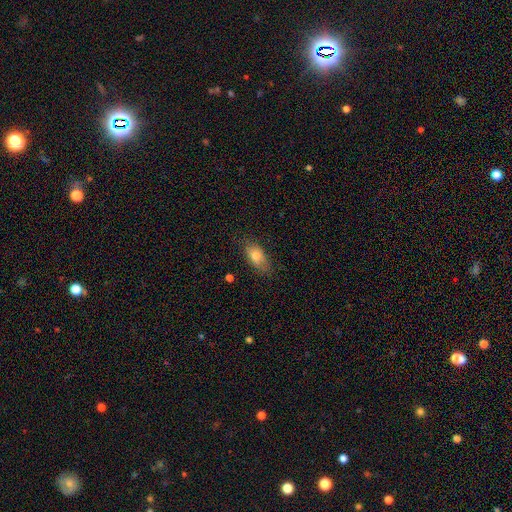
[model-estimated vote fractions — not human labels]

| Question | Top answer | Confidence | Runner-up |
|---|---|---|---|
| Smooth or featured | smooth | 76% | featured or disk (16%) |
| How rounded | in between | 86% | cigar-shaped (9%) |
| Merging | none | 76% | minor disturbance (18%) |